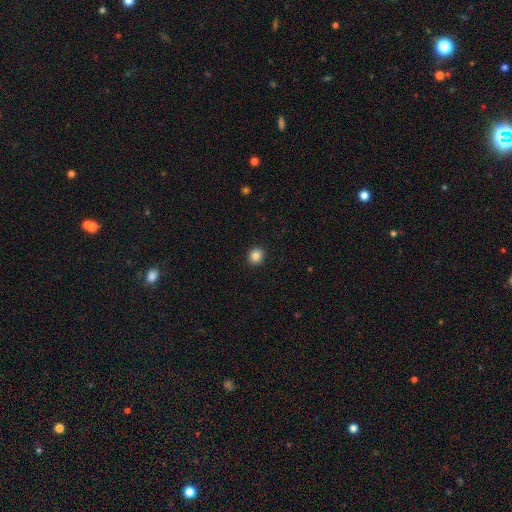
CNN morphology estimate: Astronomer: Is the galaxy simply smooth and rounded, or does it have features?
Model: smooth — 86%.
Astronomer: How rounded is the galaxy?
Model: round — 87%.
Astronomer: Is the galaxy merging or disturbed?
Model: none — 93%.